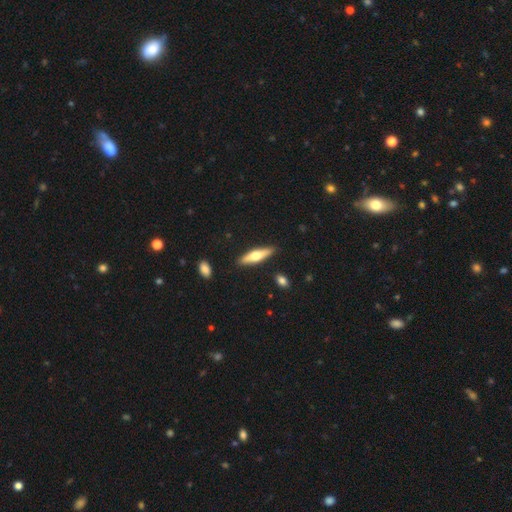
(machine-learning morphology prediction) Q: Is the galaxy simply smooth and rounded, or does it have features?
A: smooth — 49%.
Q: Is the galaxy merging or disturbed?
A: none — 88%.